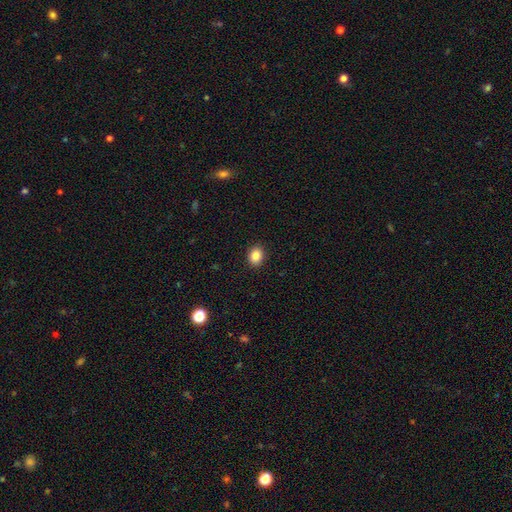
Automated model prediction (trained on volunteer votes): smooth 86%, star or artifact 10%, featured or disk 4%. Down the decision tree: how rounded — round (54%); merging — none (91%).